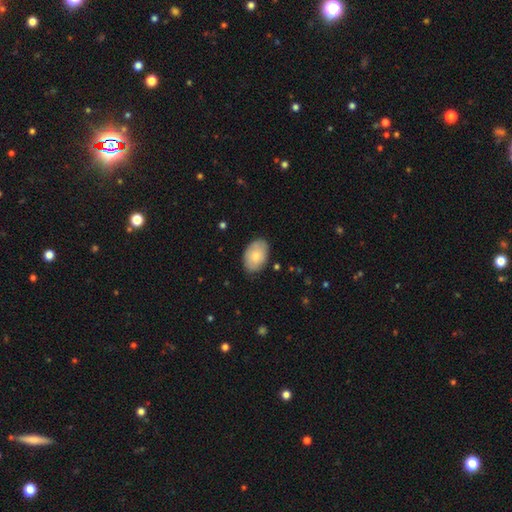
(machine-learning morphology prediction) Q: Smooth or featured?
A: smooth (79%); runner-up: featured or disk (15%)
Q: How rounded?
A: in between (88%); runner-up: round (11%)
Q: Merging?
A: none (81%); runner-up: minor disturbance (15%)